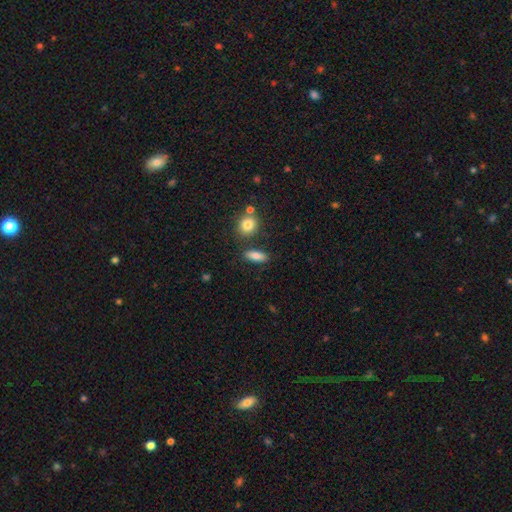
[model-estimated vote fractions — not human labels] This is clearly a smooth galaxy (83%). How rounded: likely in between (67%). Merging: clearly none (80%).